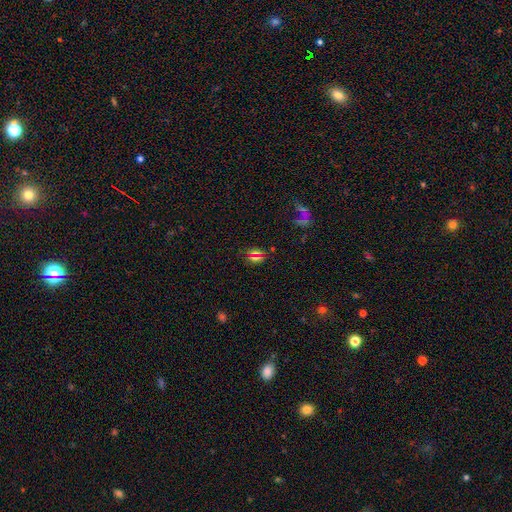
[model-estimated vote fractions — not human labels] Overall: star or artifact (44%; smooth 43%).